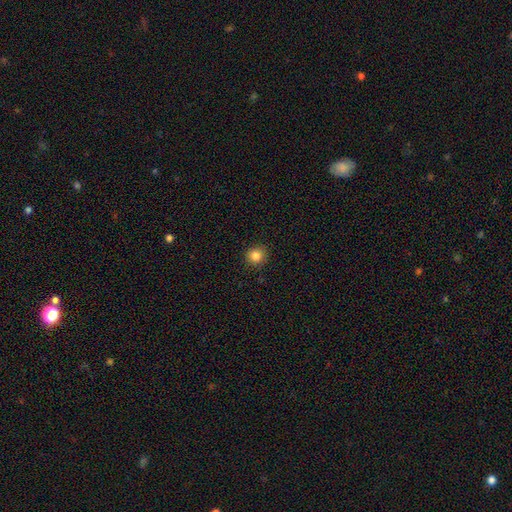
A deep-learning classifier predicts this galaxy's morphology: smooth_or_featured: smooth (p=0.84) [alt: star or artifact p=0.11]
how_rounded: round (p=0.91) [alt: in between p=0.08]
merging: none (p=0.91) [alt: minor disturbance p=0.06]